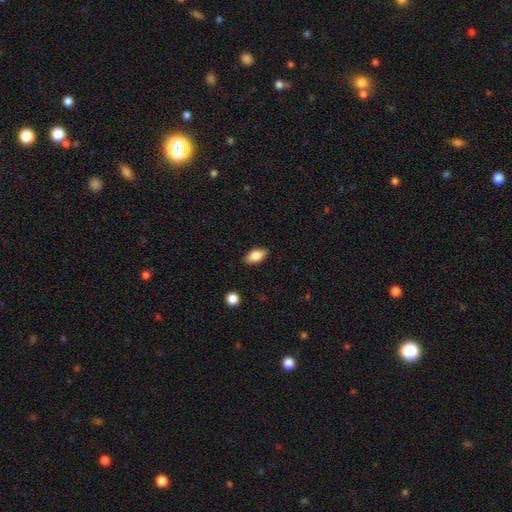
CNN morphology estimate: Smooth or featured? smooth (82%)
How rounded? in between (91%)
Merging? none (87%)